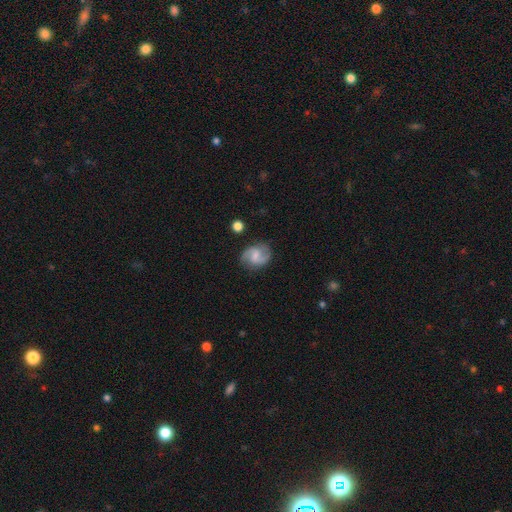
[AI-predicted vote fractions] Q: Smooth or featured?
A: featured or disk (73%); runner-up: smooth (20%)
Q: Edge-on disk?
A: no (98%); runner-up: yes (2%)
Q: Bar?
A: weak (56%); runner-up: no (27%)
Q: Spiral arms?
A: yes (94%); runner-up: no (6%)
Q: Spiral winding?
A: medium (48%); runner-up: loose (36%)
Q: Spiral arm count?
A: 2 (90%); runner-up: can't tell (4%)
Q: Bulge size?
A: small (42%); runner-up: moderate (31%)
Q: Merging?
A: none (80%); runner-up: minor disturbance (14%)